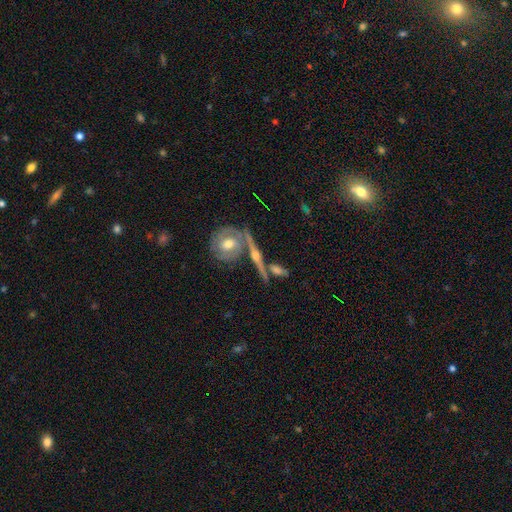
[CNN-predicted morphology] featured or disk 75%, smooth 16%, star or artifact 8%. Down the decision tree: edge-on disk — yes (70%); edge-on bulge — rounded (87%); merging — none (62%).